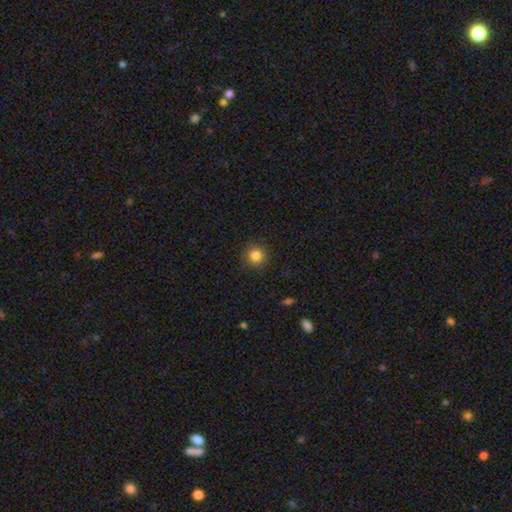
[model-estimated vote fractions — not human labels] Smooth or featured: smooth — 84% (star or artifact — 11%)
How rounded: round — 92% (in between — 7%)
Merging: none — 89% (minor disturbance — 7%)